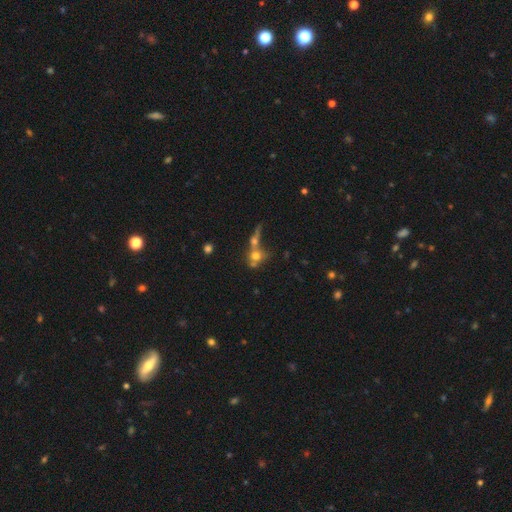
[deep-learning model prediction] The model was most divided on "smooth or featured": smooth: 57%, featured or disk: 27%, star or artifact: 16%. More confident: how rounded — round (65%); merging — merger (61%).